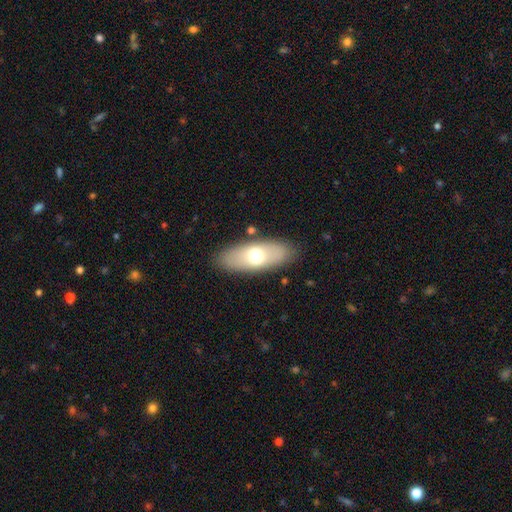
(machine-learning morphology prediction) Smooth or featured? Predicted: smooth (p=0.64). How rounded? Predicted: in between (p=0.79). Merging? Predicted: none (p=0.86).